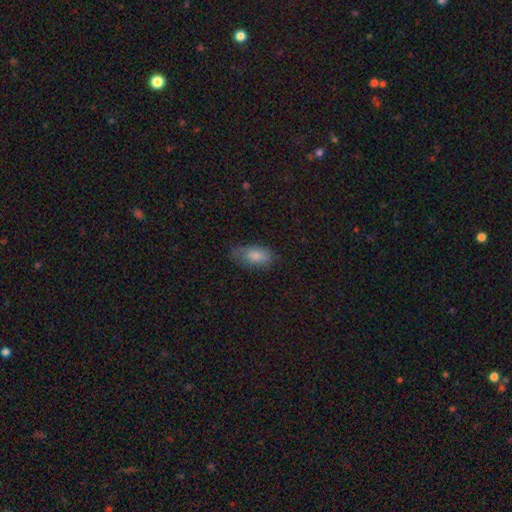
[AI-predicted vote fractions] A smooth galaxy with no disk features (80%) that is in between round and cigar-shaped (91%).

Vote fractions:
- Smooth or featured? smooth: 80% / featured or disk: 12% / star or artifact: 8%
- How rounded? in between: 91% / round: 6% / cigar-shaped: 4%
- Merging? none: 56% / minor disturbance: 31% / major disturbance: 12% / merger: 2%